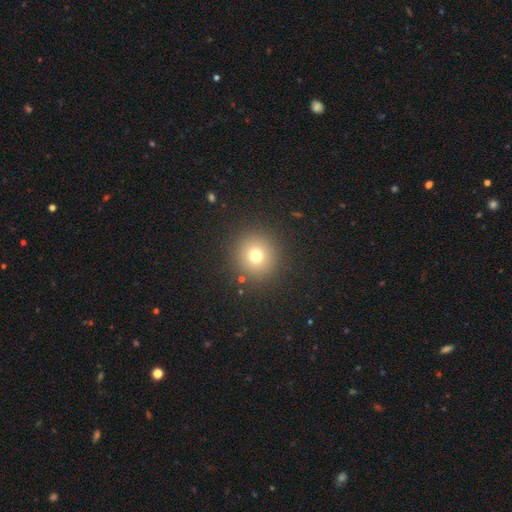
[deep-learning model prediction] A smooth galaxy with no disk features (73%) that is round (94%). Merging: none (90%).